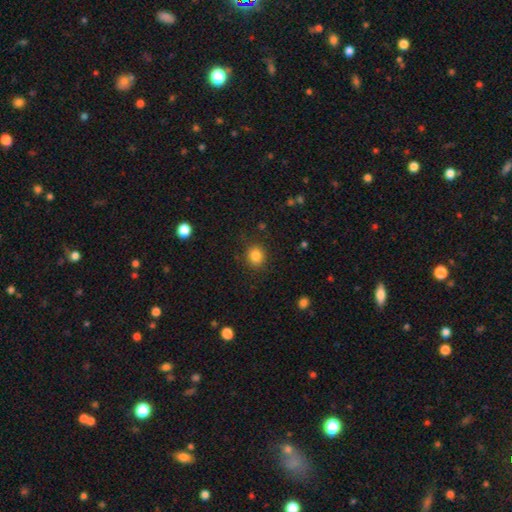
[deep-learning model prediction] Morphology: type=smooth (85%); roundness=round (78%); merging=none (86%).